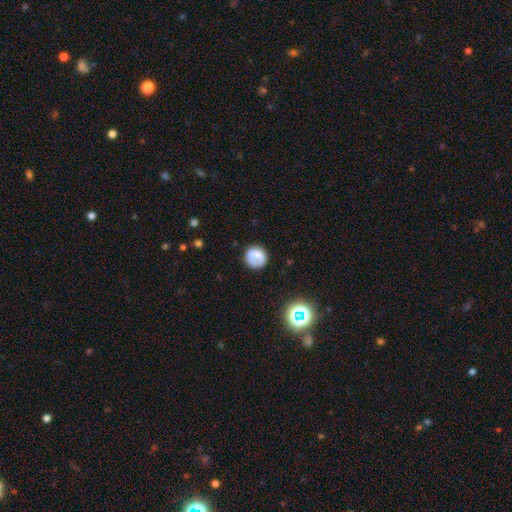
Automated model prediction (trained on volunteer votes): A smooth galaxy with no disk features (69%) that is round (87%).

Vote fractions:
- Smooth or featured? smooth: 69% / featured or disk: 21% / star or artifact: 11%
- How rounded? round: 87% / in between: 12% / cigar-shaped: 1%
- Merging? none: 69% / minor disturbance: 18% / major disturbance: 10% / merger: 3%